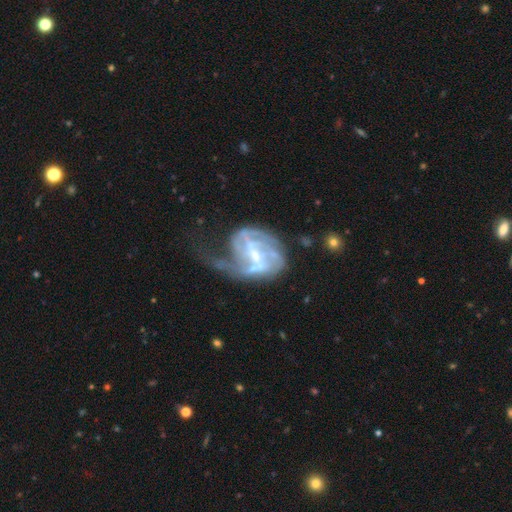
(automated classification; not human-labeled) Overall: featured or disk (82%). Edge-on disk: no (97%). Bar: weak (46%; no 34%). Spiral arms: yes (84%). Spiral arm count: can't tell (36%; 2 24%). Spiral winding: medium (38%; tight 32%). Bulge size: small (60%; moderate 30%). Merging: major disturbance (47%; none 24%).